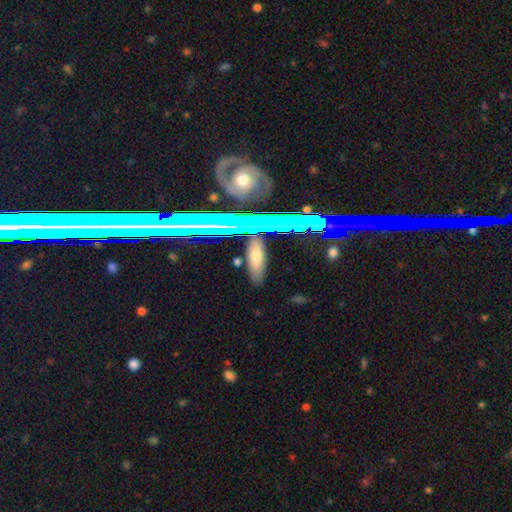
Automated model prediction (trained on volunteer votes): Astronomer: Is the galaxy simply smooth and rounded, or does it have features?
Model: smooth — 51% (runner-up: featured or disk, 29%).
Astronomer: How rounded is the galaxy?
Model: in between — 62%.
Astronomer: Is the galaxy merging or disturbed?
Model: none — 79%.